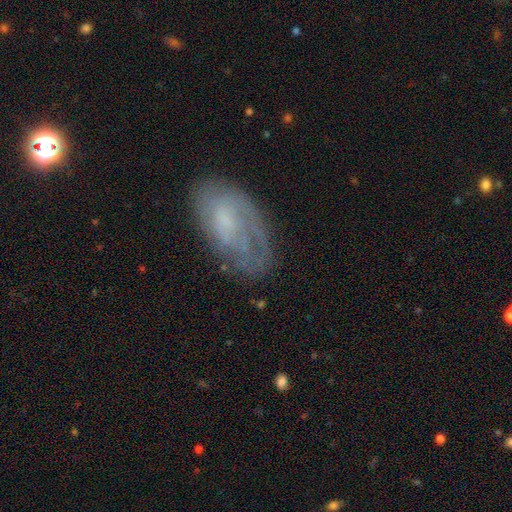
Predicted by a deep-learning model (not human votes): Morphology: type=featured or disk (51%); edge-on=no (93%); merging=none (61%).